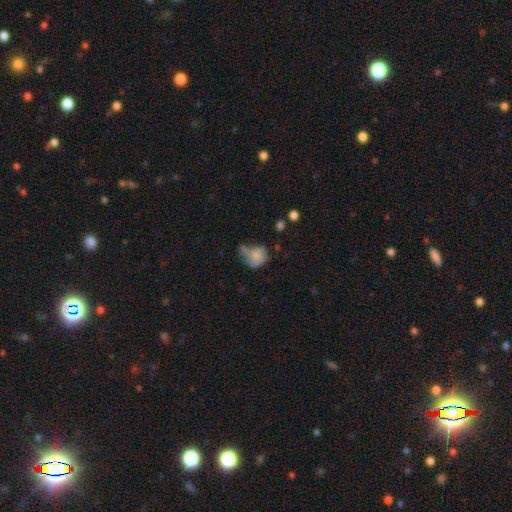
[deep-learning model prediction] Smooth or featured?
  - smooth: 67% *
  - featured or disk: 22%
  - star or artifact: 11%
How rounded?
  - round: 54% *
  - in between: 45%
  - cigar-shaped: 1%
Merging?
  - none: 30% * (tied)
  - minor disturbance: 30% * (tied)
  - major disturbance: 26%
  - merger: 13%